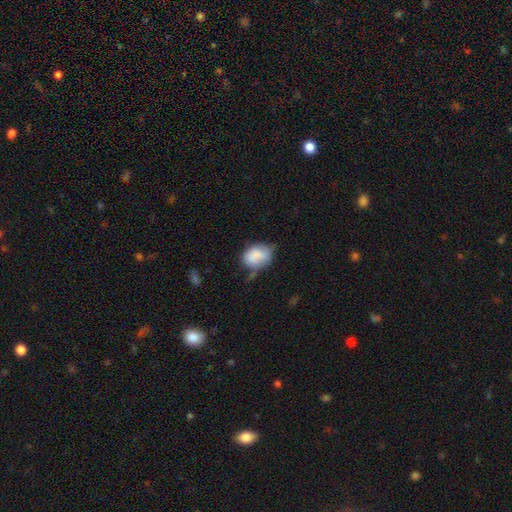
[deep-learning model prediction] This is likely a smooth galaxy (76%). How rounded: likely in between (70%). Merging: marginally minor disturbance (40%).